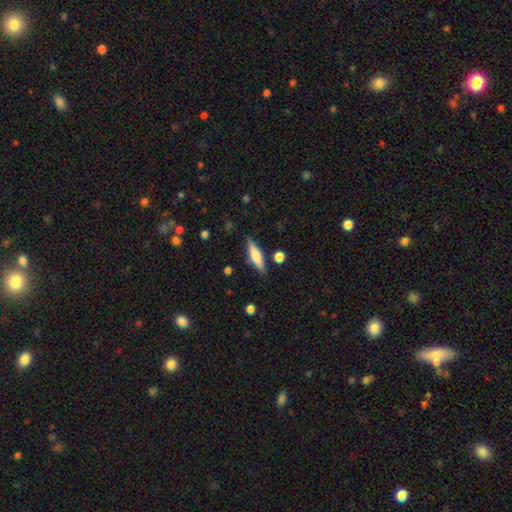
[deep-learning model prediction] A smooth galaxy with no disk features (62%) that is cigar-shaped (68%). Merging: none (83%).